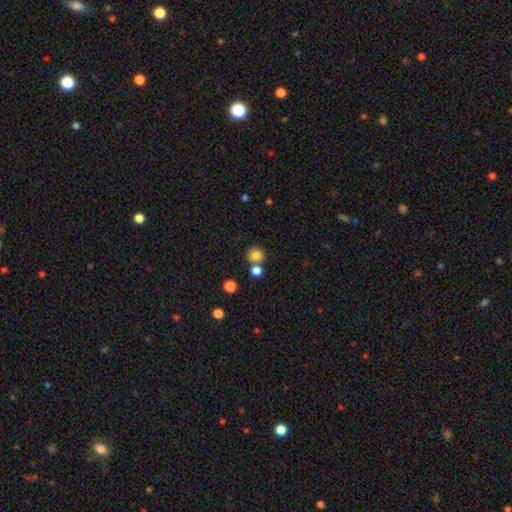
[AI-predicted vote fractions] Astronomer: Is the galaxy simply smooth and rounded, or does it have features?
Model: smooth — 81%.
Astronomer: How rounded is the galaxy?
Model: round — 89%.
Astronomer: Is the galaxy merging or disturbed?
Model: none — 66%.